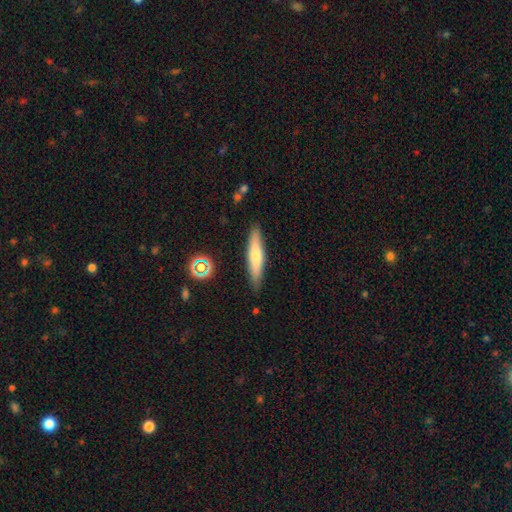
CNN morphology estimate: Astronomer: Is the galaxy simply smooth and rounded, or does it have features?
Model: smooth — 60%.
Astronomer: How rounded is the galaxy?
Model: cigar-shaped — 83%.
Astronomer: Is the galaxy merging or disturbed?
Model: none — 86%.